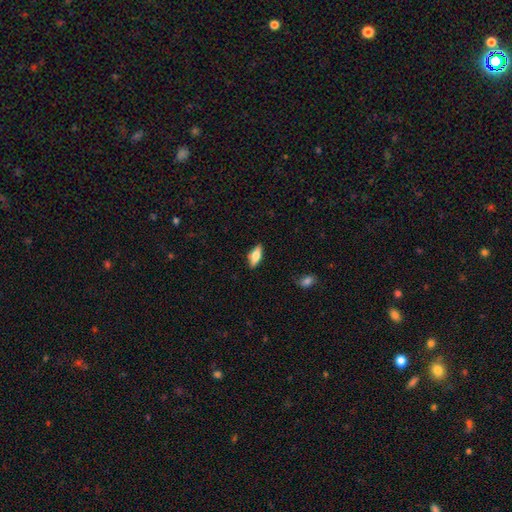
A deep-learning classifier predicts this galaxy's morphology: A smooth galaxy with no disk features (66%) that is in between round and cigar-shaped (69%). Merging: none (86%).